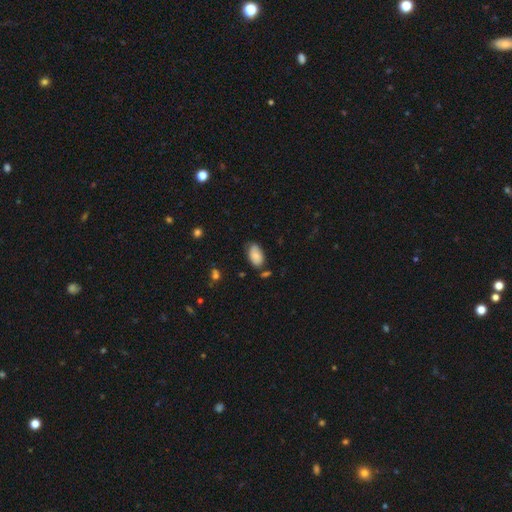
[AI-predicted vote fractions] Smooth or featured? smooth (79%)
How rounded? in between (94%)
Merging? none (64%)